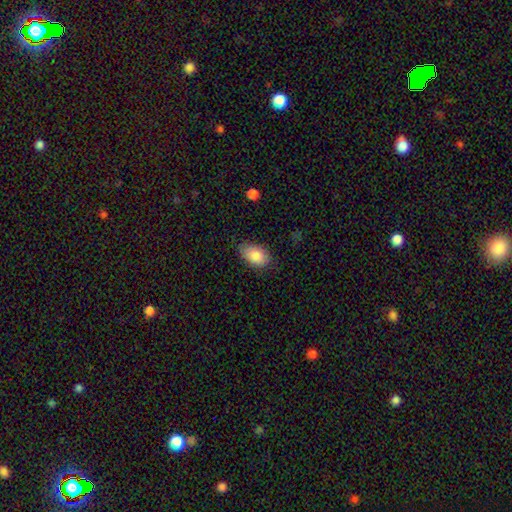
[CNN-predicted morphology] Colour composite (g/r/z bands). It shows a smooth galaxy with no disk features (84%) that is in between round and cigar-shaped (90%). Merging: none (77%).